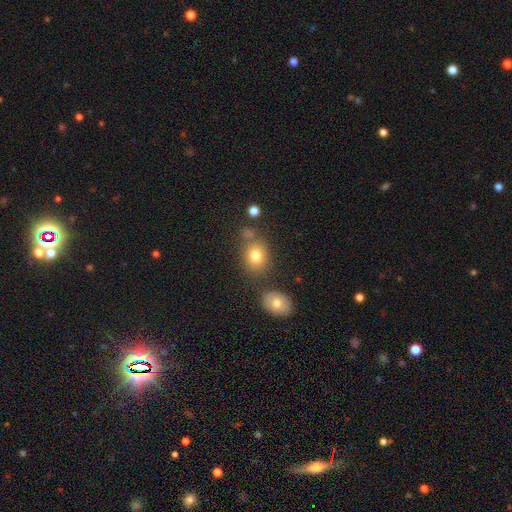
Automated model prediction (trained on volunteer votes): Morphology: type=smooth (78%); roundness=round (53%); merging=none (67%).